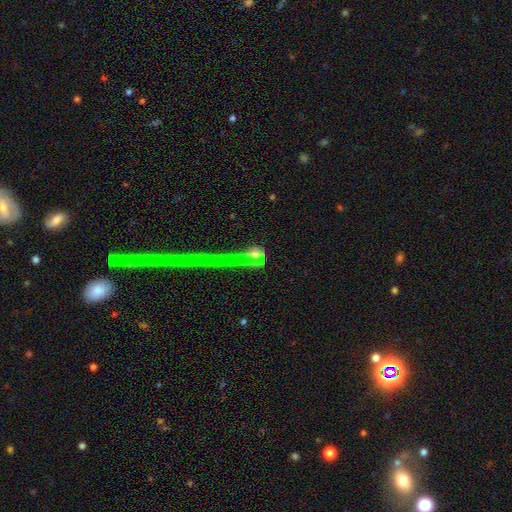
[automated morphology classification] A star or artifact, not a galaxy (36%).